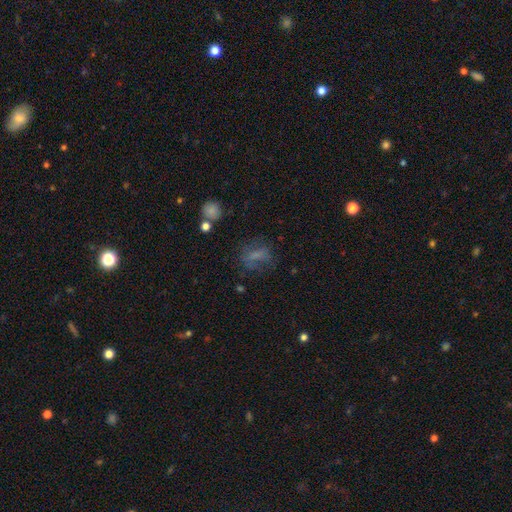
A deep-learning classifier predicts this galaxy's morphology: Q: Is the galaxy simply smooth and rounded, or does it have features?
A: smooth — 56%.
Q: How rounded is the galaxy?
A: in between — 60%.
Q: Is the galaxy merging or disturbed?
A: none — 53%.